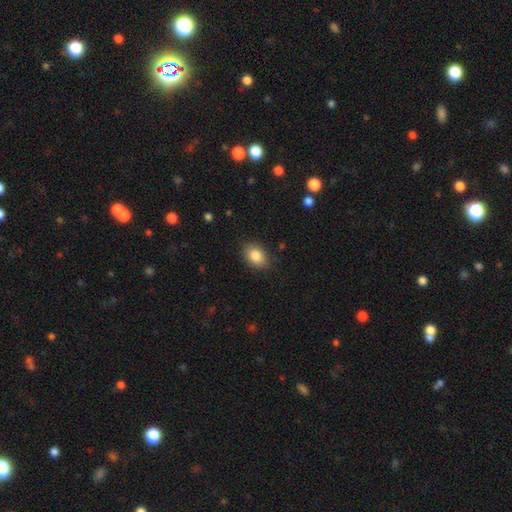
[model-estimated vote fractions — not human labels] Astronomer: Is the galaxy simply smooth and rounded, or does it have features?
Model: smooth — 85%.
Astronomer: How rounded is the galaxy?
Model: in between — 78%.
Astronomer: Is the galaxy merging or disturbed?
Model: none — 85%.